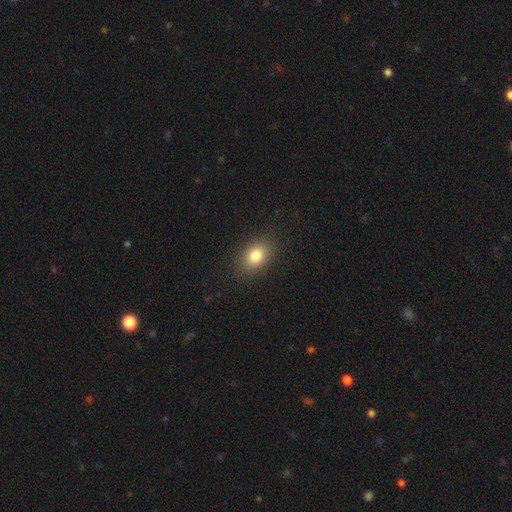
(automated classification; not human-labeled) Overall: smooth (82%). How rounded: in between (76%). Merging: none (87%).